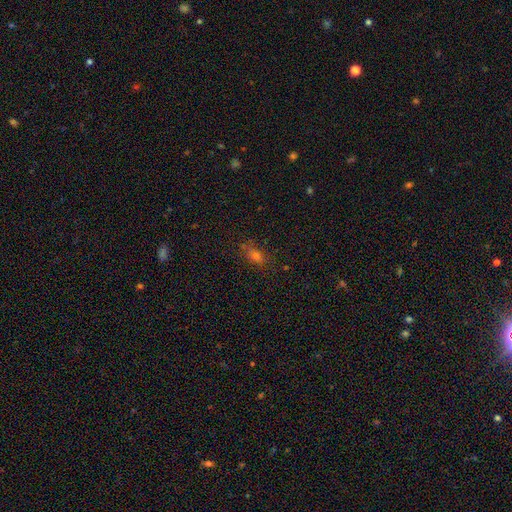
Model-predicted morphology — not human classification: Smooth or featured? Predicted: smooth (p=0.63). How rounded? Predicted: in between (p=0.68). Merging? Predicted: none (p=0.75).